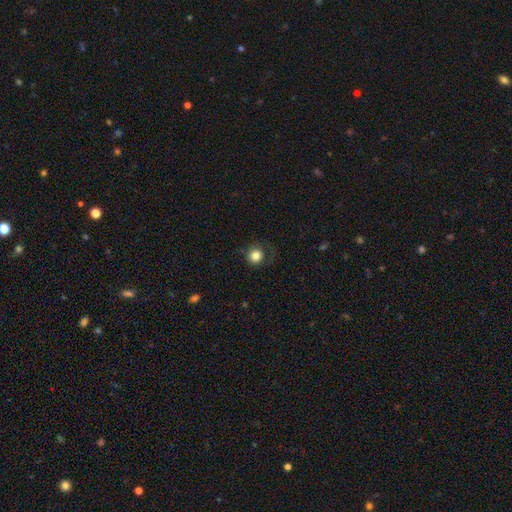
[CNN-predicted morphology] This appears to be a smooth galaxy with no disk features (83%) that is round (89%). Merging: none (73%).